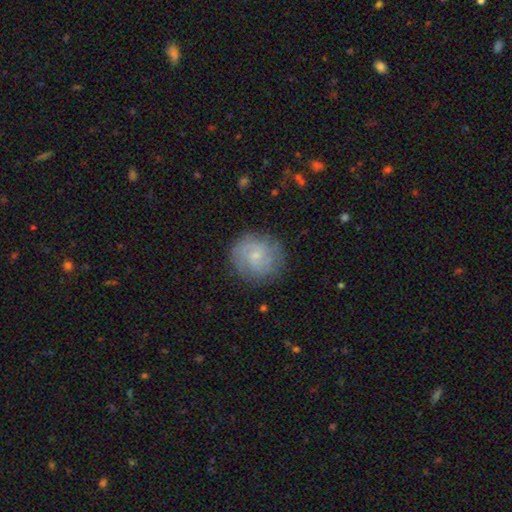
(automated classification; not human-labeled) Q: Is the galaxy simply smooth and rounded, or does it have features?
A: featured or disk — 55%.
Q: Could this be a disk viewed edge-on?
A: no — 98%.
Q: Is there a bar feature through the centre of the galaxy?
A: no — 64%.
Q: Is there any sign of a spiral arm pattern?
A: yes — 85%.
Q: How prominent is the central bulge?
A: small — 75%.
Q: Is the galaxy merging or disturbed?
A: none — 81%.